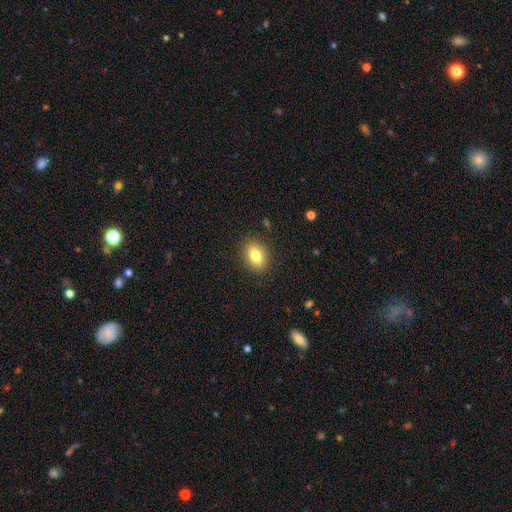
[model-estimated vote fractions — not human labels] smooth_or_featured: smooth (p=0.80) [alt: featured or disk p=0.11]
how_rounded: in between (p=0.79) [alt: round p=0.19]
merging: none (p=0.87) [alt: minor disturbance p=0.09]